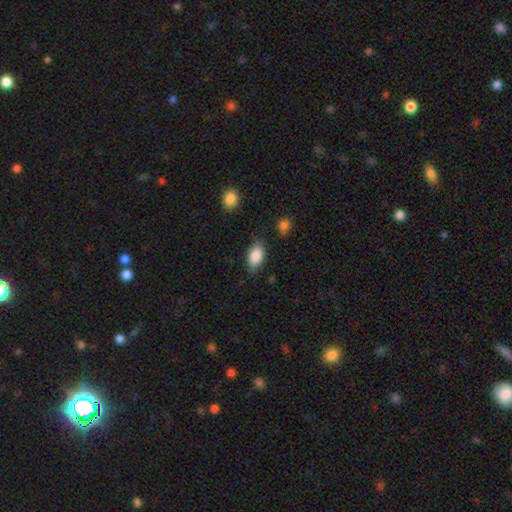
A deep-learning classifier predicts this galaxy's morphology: A smooth galaxy with no disk features (86%) that is in between round and cigar-shaped (90%).

Vote fractions:
- Smooth or featured? smooth: 86% / star or artifact: 7% / featured or disk: 7%
- How rounded? in between: 90% / round: 7% / cigar-shaped: 3%
- Merging? none: 71% / minor disturbance: 22% / major disturbance: 5% / merger: 2%